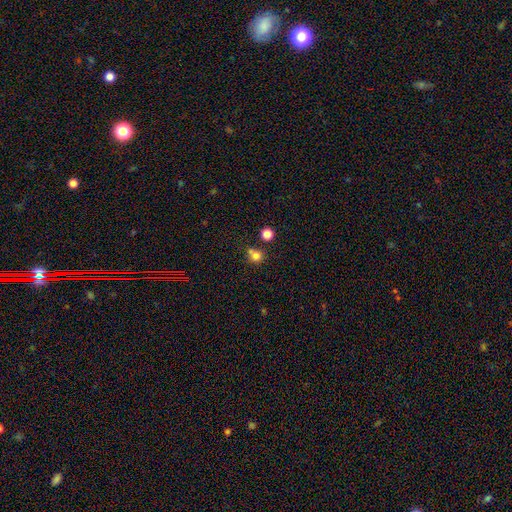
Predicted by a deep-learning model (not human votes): Smooth or featured? Predicted: smooth (p=0.77). How rounded? Predicted: round (p=0.88). Merging? Predicted: none (p=0.57).